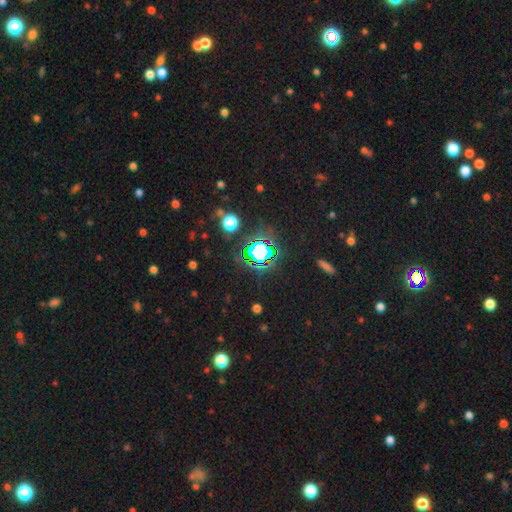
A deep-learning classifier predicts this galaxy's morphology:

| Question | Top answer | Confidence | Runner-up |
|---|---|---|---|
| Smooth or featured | star or artifact | 70% | smooth (19%) |